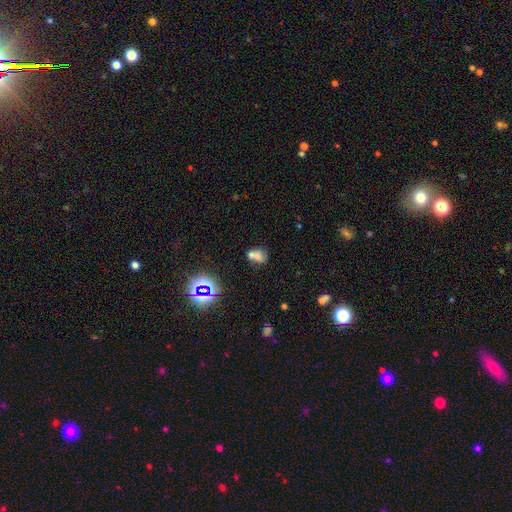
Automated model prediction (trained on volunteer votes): A smooth galaxy with no disk features (60%) that is round (51%).

Vote fractions:
- Smooth or featured? smooth: 60% / star or artifact: 20% / featured or disk: 20%
- How rounded? round: 51% / in between: 47% / cigar-shaped: 1%
- Merging? merger: 56% / none: 31% / minor disturbance: 9% / major disturbance: 4%